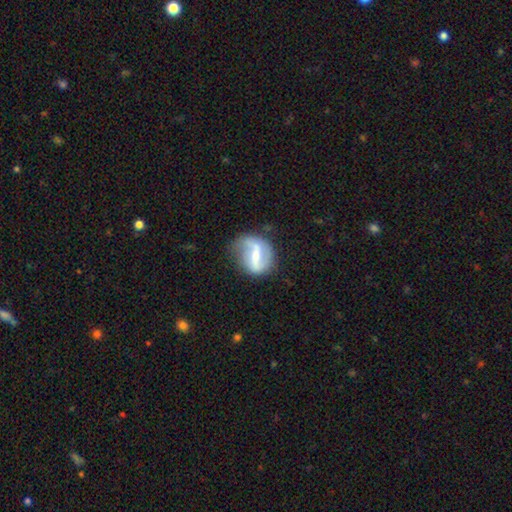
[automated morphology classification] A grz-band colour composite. It shows a featured or disk galaxy (73%) with a strong bar (55%), 2 (80%) loose (59%) spiral arms (75%) and a small central bulge (47%). Merging: none (64%).